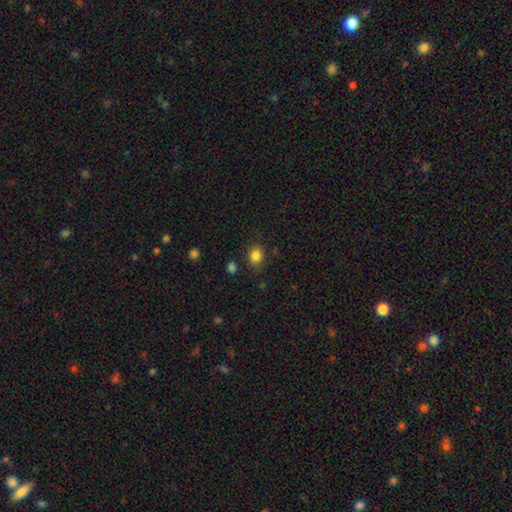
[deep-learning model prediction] A smooth galaxy with no disk features (84%) that is round (66%).

Vote fractions:
- Smooth or featured? smooth: 84% / star or artifact: 11% / featured or disk: 5%
- How rounded? round: 66% / in between: 33% / cigar-shaped: 1%
- Merging? none: 81% / minor disturbance: 13% / major disturbance: 4% / merger: 3%